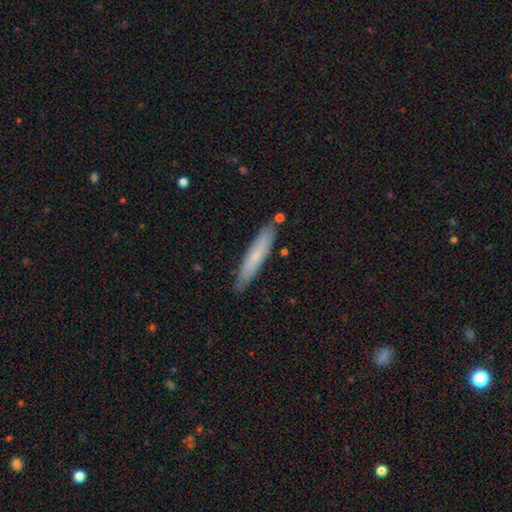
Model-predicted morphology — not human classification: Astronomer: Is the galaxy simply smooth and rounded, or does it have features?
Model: smooth — 62%.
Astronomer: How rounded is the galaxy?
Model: cigar-shaped — 91%.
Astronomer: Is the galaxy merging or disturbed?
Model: none — 85%.